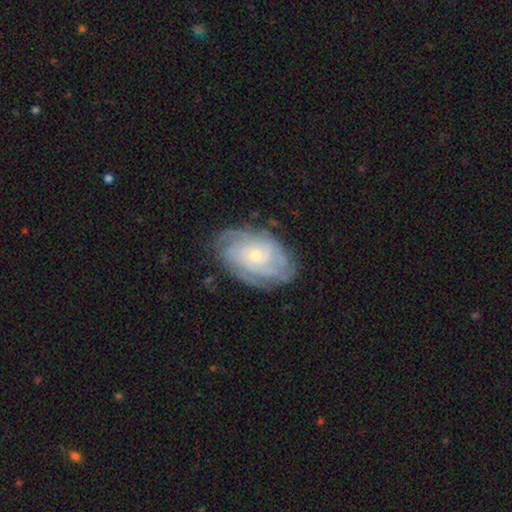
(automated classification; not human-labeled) Q: Smooth or featured?
A: featured or disk (82%); runner-up: smooth (12%)
Q: Edge-on disk?
A: no (96%); runner-up: yes (4%)
Q: Bar?
A: no (75%); runner-up: weak (21%)
Q: Spiral arms?
A: yes (95%); runner-up: no (5%)
Q: Spiral winding?
A: tight (72%); runner-up: medium (23%)
Q: Spiral arm count?
A: can't tell (37%); runner-up: 4 (19%)
Q: Bulge size?
A: small (65%); runner-up: moderate (31%)
Q: Merging?
A: none (77%); runner-up: minor disturbance (17%)